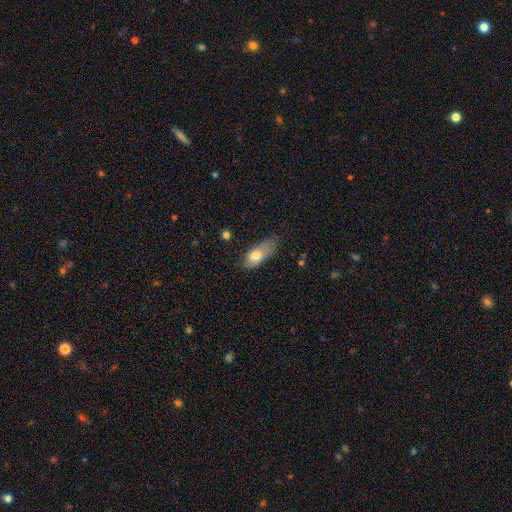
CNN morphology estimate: Smooth or featured? Predicted: smooth (p=0.74). How rounded? Predicted: in between (p=0.81). Merging? Predicted: none (p=0.43).